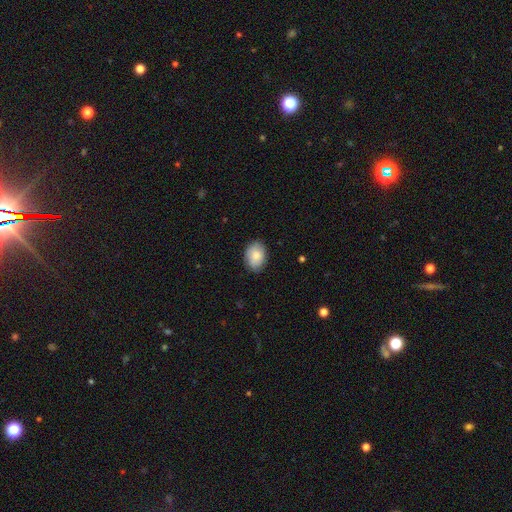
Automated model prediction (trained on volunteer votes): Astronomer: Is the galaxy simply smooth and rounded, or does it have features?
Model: smooth — 82%.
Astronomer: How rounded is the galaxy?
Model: in between — 77%.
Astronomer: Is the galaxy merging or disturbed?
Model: none — 84%.